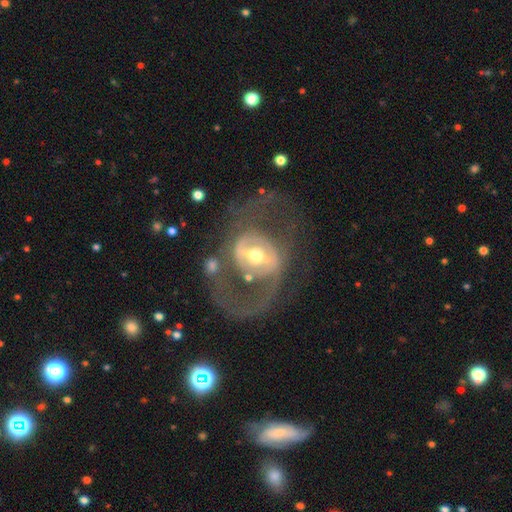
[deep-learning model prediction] A featured or disk galaxy (80%) with a weak bar (37%), 2 (73%) medium (46%) spiral arms (70%) and a moderate central bulge (64%).

Vote fractions:
- Smooth or featured? featured or disk: 80% / smooth: 14% / star or artifact: 6%
- Edge-on disk? no: 96% / yes: 4%
- Bar? weak: 37% / strong: 33% / no: 31%
- Spiral arms? yes: 70% / no: 30%
- Spiral winding? medium: 46% / loose: 35% / tight: 19%
- Spiral arm count? 2: 73% / can't tell: 12% / 1: 9% / 3: 3% / 4: 1% / more than 4: 1%
- Bulge size? moderate: 64% / small: 25% / large: 8% / dominant: 1% / none: 1%
- Merging? none: 50% / major disturbance: 31% / minor disturbance: 15% / merger: 5%